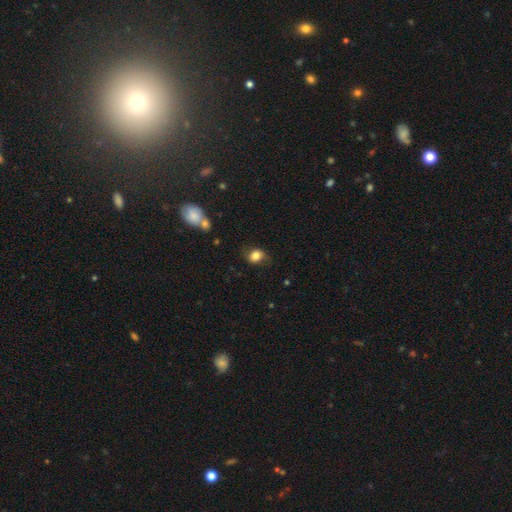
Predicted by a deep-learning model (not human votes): This is clearly a smooth galaxy (80%). How rounded: possibly round (51%). Merging: likely none (68%).